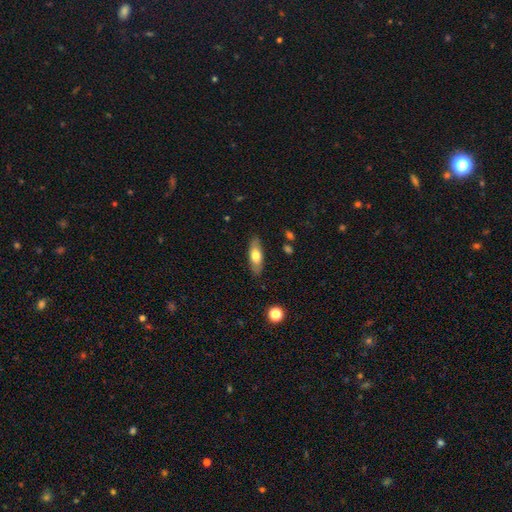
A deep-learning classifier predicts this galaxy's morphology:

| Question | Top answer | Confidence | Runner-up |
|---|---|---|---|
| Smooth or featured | smooth | 66% | featured or disk (28%) |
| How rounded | in between | 66% | cigar-shaped (31%) |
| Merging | none | 85% | minor disturbance (12%) |